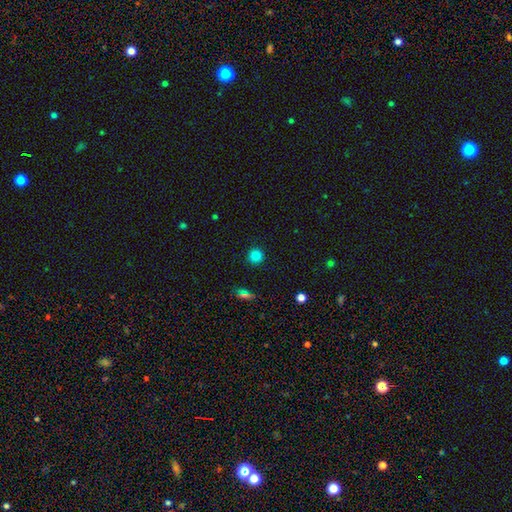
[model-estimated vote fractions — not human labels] The model was most divided on "smooth or featured": smooth: 83%, star or artifact: 13%, featured or disk: 4%. More confident: how rounded — round (95%); merging — none (92%).